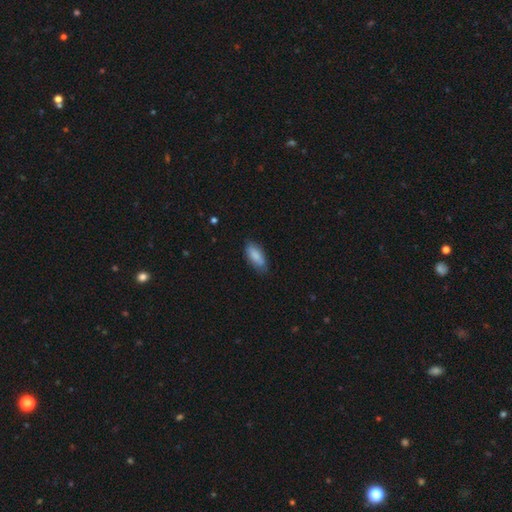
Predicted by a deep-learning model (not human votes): Smooth or featured? Predicted: smooth (p=0.82). How rounded? Predicted: in between (p=0.84). Merging? Predicted: none (p=0.70).